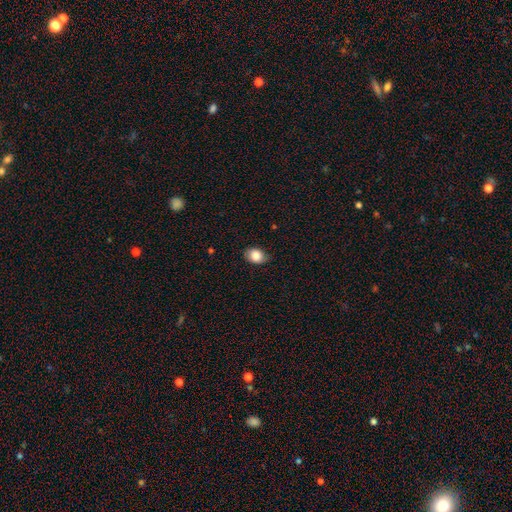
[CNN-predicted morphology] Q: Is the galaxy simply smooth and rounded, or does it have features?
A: smooth — 86%.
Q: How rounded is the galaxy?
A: in between — 71%.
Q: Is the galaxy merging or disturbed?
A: none — 80%.